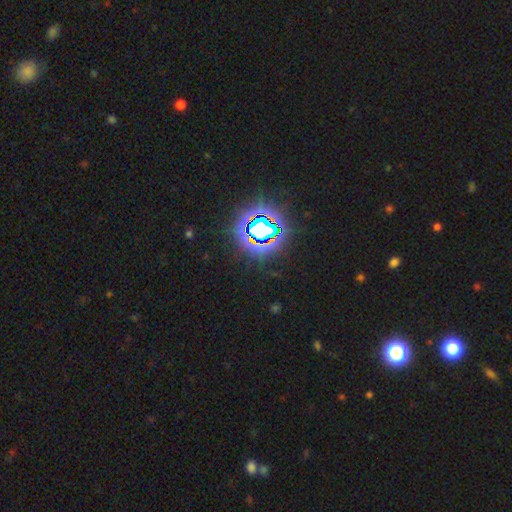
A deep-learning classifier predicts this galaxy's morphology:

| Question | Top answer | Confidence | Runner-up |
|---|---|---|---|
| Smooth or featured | star or artifact | 80% | smooth (13%) |